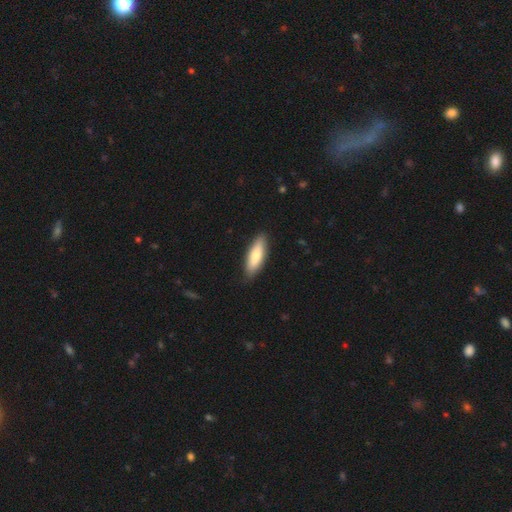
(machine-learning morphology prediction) smooth_or_featured: smooth (p=0.75) [alt: featured or disk p=0.20]
how_rounded: in between (p=0.52) [alt: cigar-shaped p=0.46]
merging: none (p=0.87) [alt: minor disturbance p=0.10]